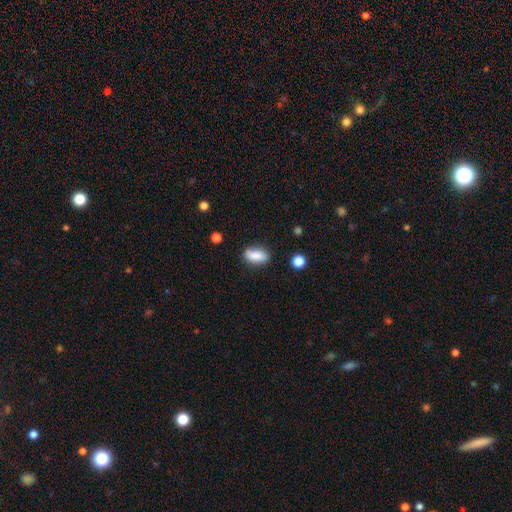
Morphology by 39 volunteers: A smooth galaxy with no disk features (82%) that is in between round and cigar-shaped (88%).

Vote fractions:
- Smooth or featured? smooth: 82% / featured or disk: 10% / star or artifact: 8%
- How rounded? in between: 88% / cigar-shaped: 9% / round: 3%
- Merging? none: 83% / minor disturbance: 11% / major disturbance: 6% / merger: 0%